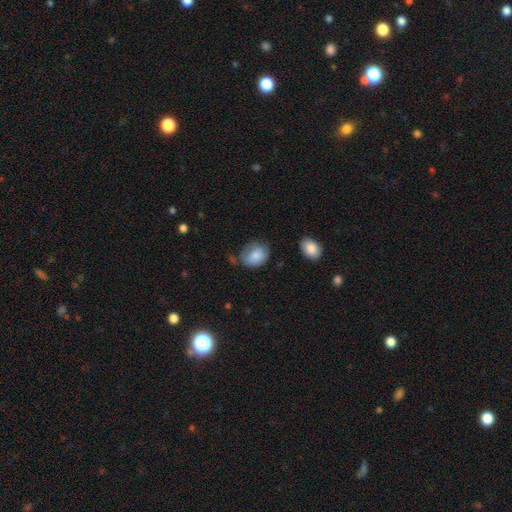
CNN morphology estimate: Smooth or featured?
  - smooth: 82% *
  - featured or disk: 11%
  - star or artifact: 7%
How rounded?
  - in between: 53% *
  - round: 46%
  - cigar-shaped: 1%
Merging?
  - none: 52% *
  - minor disturbance: 33%
  - major disturbance: 11%
  - merger: 4%